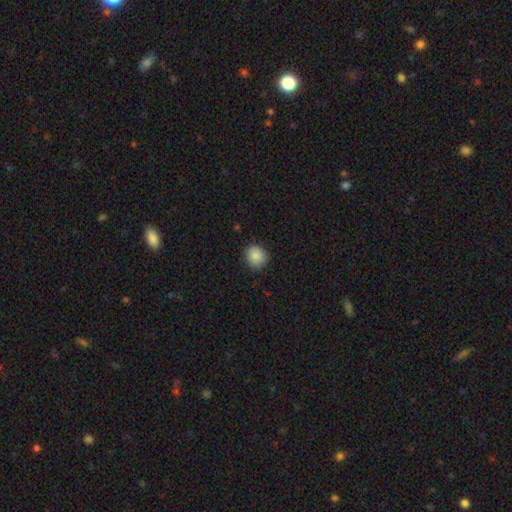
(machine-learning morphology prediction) A smooth galaxy with no disk features (87%) that is round (78%).

Vote fractions:
- Smooth or featured? smooth: 87% / star or artifact: 8% / featured or disk: 5%
- How rounded? round: 78% / in between: 21% / cigar-shaped: 1%
- Merging? none: 85% / minor disturbance: 12% / major disturbance: 3% / merger: 1%